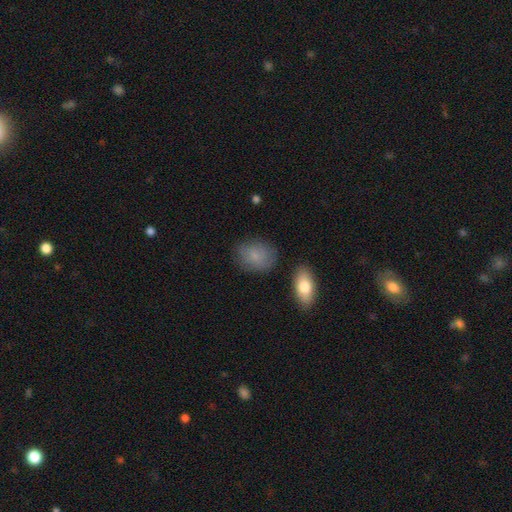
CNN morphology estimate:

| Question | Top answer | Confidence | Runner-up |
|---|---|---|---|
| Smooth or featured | smooth | 82% | featured or disk (10%) |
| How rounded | in between | 71% | round (28%) |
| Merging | none | 74% | minor disturbance (18%) |